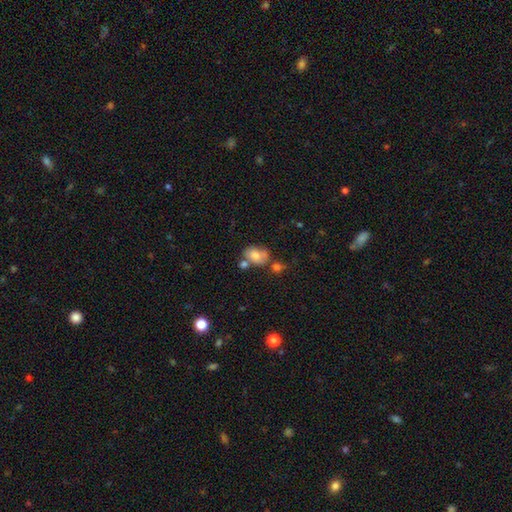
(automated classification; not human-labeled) This appears to be a smooth galaxy with no disk features (71%) that is in between round and cigar-shaped (74%). Merging: none (44%).